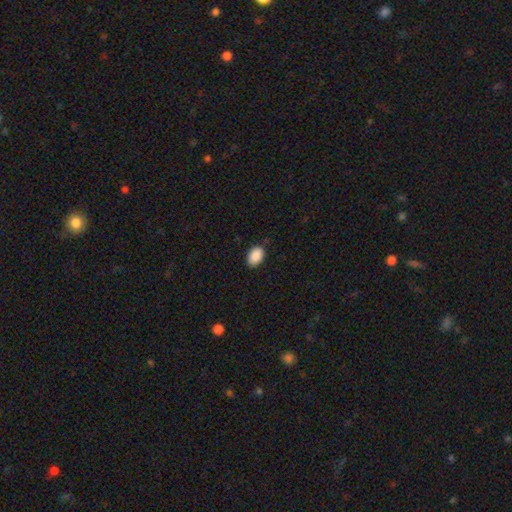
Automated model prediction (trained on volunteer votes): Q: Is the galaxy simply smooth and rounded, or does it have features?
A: smooth — 90%.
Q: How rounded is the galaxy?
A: in between — 87%.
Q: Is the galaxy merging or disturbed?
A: none — 85%.